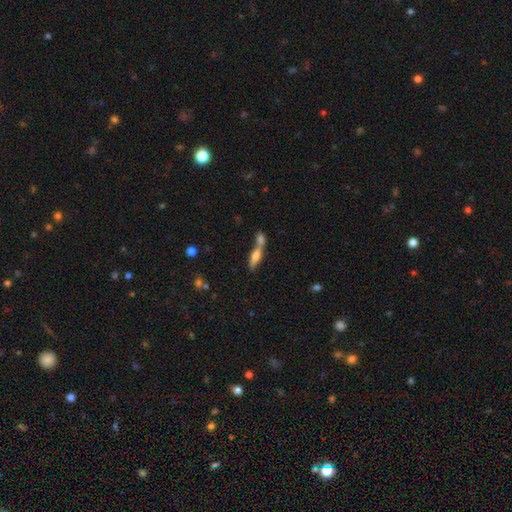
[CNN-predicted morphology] Q: Smooth or featured?
A: smooth (57%); runner-up: featured or disk (35%)
Q: How rounded?
A: cigar-shaped (67%); runner-up: in between (30%)
Q: Merging?
A: merger (51%); runner-up: none (36%)